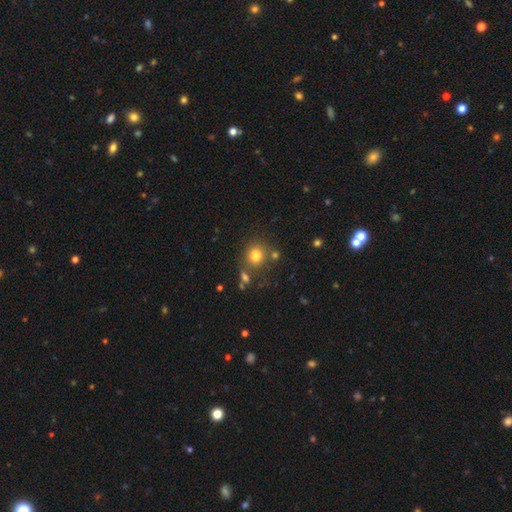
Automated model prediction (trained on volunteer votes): smooth_or_featured: smooth (p=0.78) [alt: star or artifact p=0.13]
how_rounded: round (p=0.83) [alt: in between p=0.16]
merging: none (p=0.72) [alt: merger p=0.12]